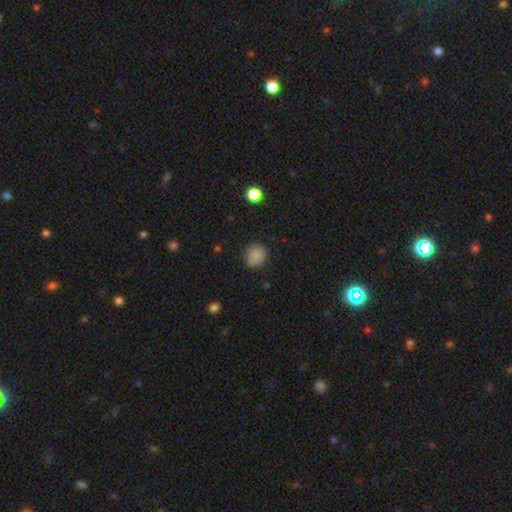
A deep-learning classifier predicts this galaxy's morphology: type=smooth (85%); roundness=round (78%); merging=none (84%).